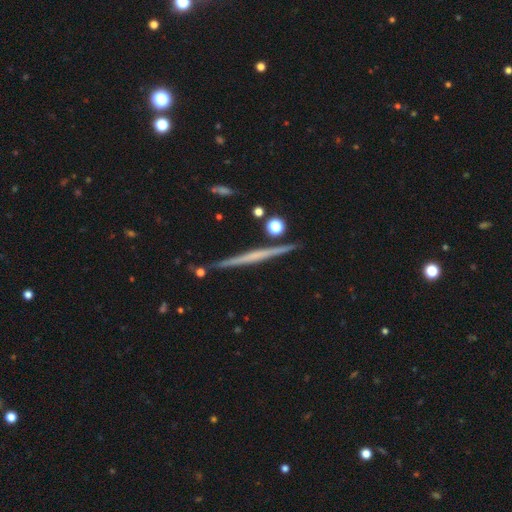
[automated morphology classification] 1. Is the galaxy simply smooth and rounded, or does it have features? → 69% featured or disk, 24% smooth, 6% star or artifact.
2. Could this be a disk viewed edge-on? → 98% yes, 2% no.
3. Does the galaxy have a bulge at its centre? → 74% none, 18% rounded, 9% boxy.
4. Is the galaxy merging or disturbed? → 89% none, 7% minor disturbance, 2% merger, 2% major disturbance.